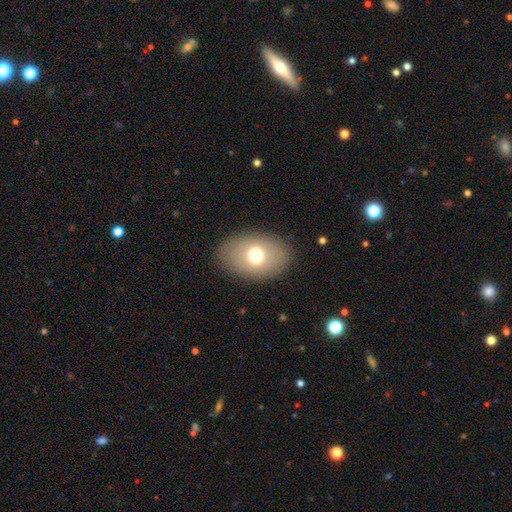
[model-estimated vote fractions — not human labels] Smooth or featured? Predicted: smooth (p=0.70). How rounded? Predicted: in between (p=0.81). Merging? Predicted: none (p=0.87).